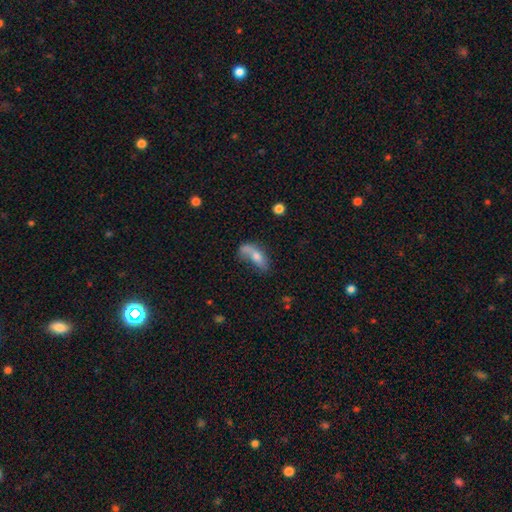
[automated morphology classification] Smooth or featured? smooth (60%)
How rounded? in between (76%)
Merging? none (29%)